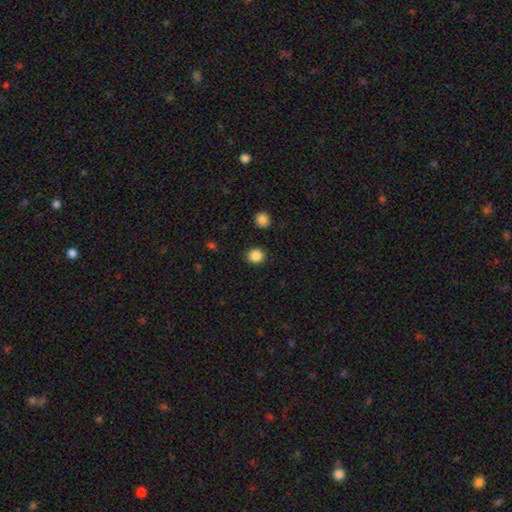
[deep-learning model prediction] Smooth or featured: smooth — 86% (star or artifact — 10%)
How rounded: round — 90% (in between — 9%)
Merging: none — 91% (minor disturbance — 5%)